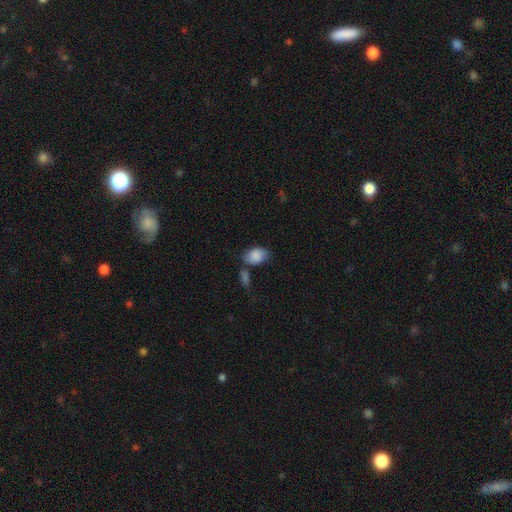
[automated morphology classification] Smooth or featured?
  - smooth: 85% *
  - featured or disk: 8%
  - star or artifact: 7%
How rounded?
  - in between: 83% *
  - round: 15%
  - cigar-shaped: 1%
Merging?
  - none: 50% *
  - minor disturbance: 22%
  - merger: 20%
  - major disturbance: 8%